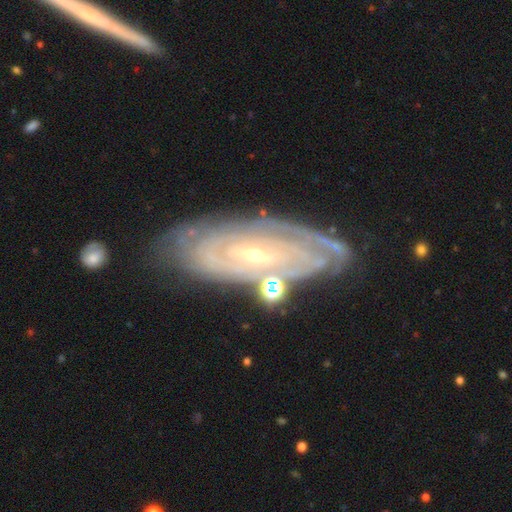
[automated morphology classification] This is clearly a featured or disk galaxy (86%). It is clearly not viewed edge-on (91%). Bar: possibly no (46%). Spiral arm pattern: clearly yes (93%). Spiral arm count: possibly can't tell (47%). Spiral winding: clearly tight (81%). Central bulge: likely small (76%). Merging: likely none (72%).